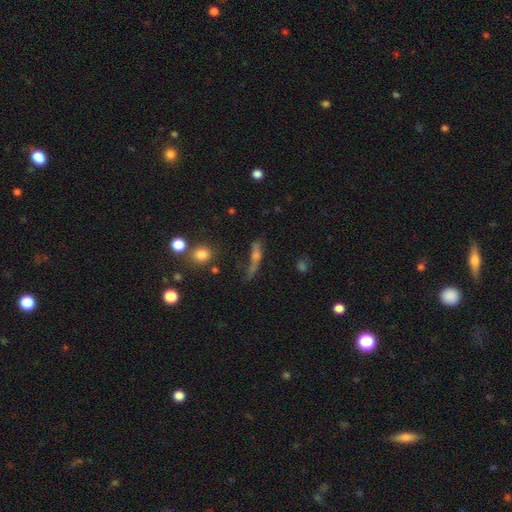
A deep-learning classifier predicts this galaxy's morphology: This is marginally a featured or disk galaxy (43%). Merging: possibly none (49%).